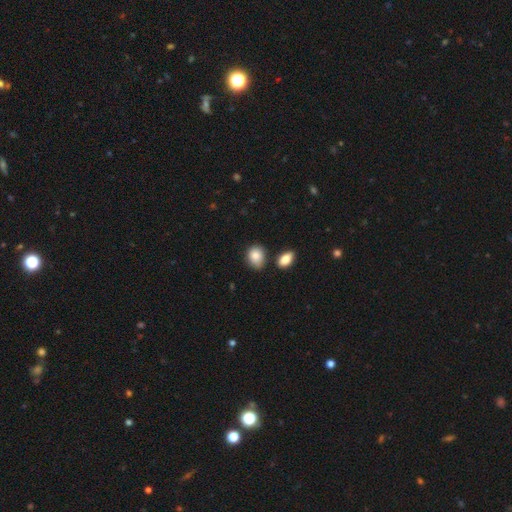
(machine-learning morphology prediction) smooth_or_featured: smooth (p=0.86) [alt: star or artifact p=0.08]
how_rounded: in between (p=0.55) [alt: round p=0.43]
merging: none (p=0.66) [alt: minor disturbance p=0.21]